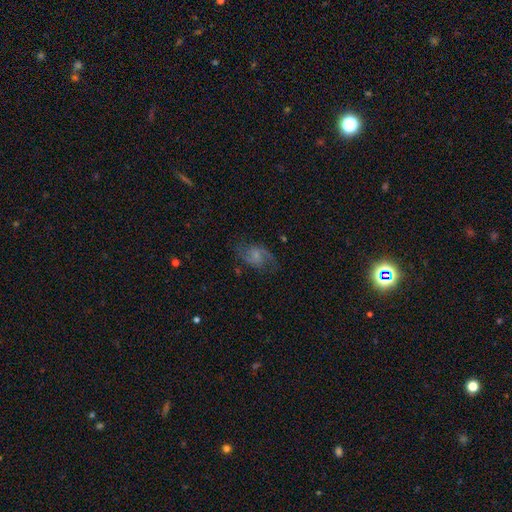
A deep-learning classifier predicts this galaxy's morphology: A featured or disk galaxy (62%) with no bar (47%), 2 (85%) loose (45%) spiral arms (89%) and a small central bulge (42%). Merging: none (68%).